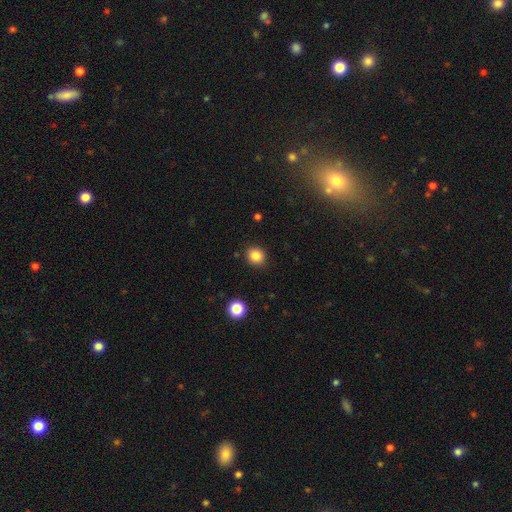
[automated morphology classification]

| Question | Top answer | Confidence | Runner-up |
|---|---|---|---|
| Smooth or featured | smooth | 85% | star or artifact (11%) |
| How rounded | round | 79% | in between (20%) |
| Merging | none | 89% | minor disturbance (7%) |